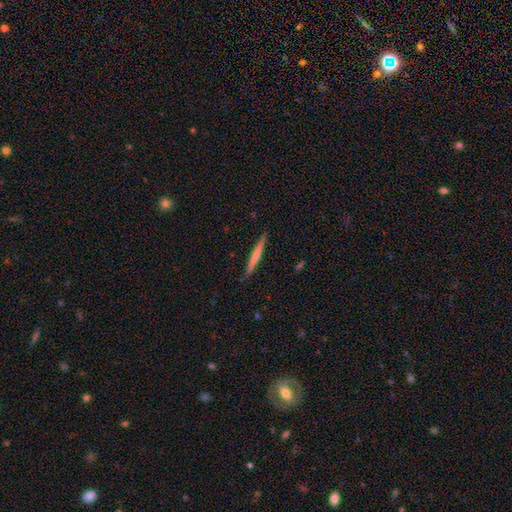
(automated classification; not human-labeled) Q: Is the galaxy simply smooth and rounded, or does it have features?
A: smooth — 49%.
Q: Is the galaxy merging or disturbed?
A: none — 90%.